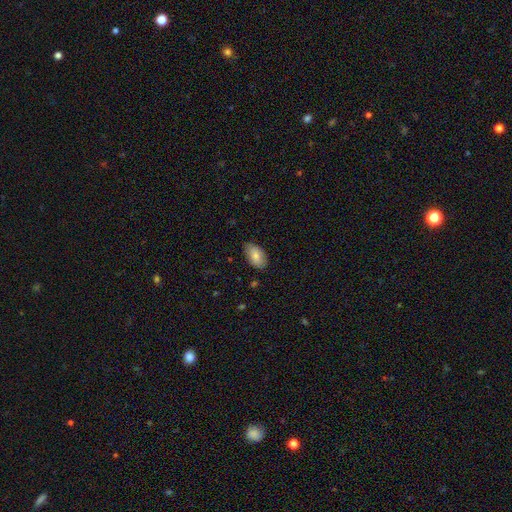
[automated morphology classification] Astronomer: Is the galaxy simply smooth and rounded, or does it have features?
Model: smooth — 79%.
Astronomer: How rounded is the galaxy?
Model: in between — 93%.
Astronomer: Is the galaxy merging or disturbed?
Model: none — 76%.